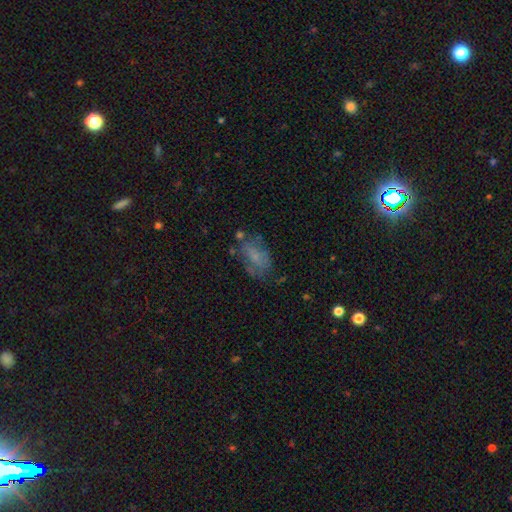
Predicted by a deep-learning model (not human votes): A smooth galaxy with no disk features (52%) that is in between round and cigar-shaped (88%). Merging: none (52%).